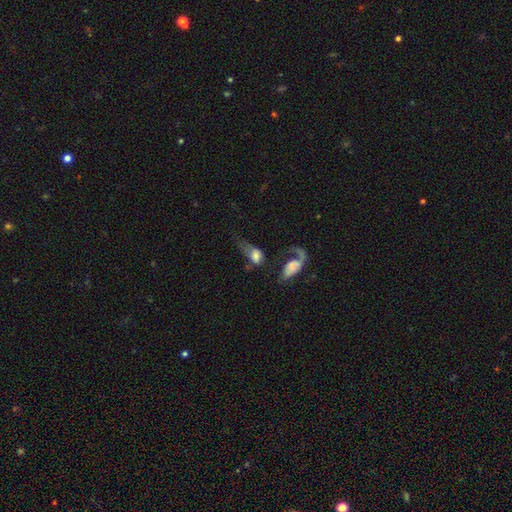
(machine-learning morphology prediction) type=smooth (56%); roundness=in between (79%); merging=major disturbance (44%).